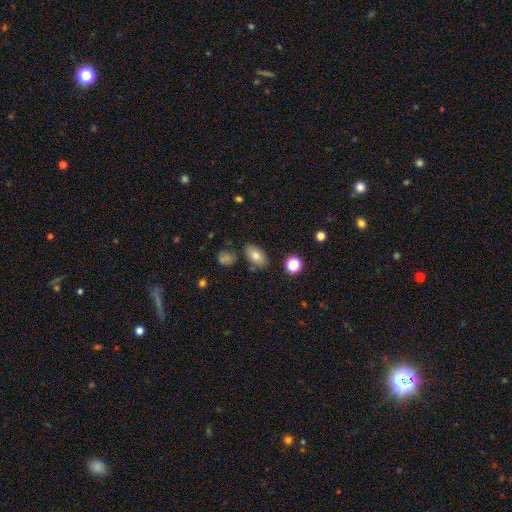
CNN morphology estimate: smooth-or-featured: smooth: 74% | featured or disk: 15% | star or artifact: 11%
  how-rounded: in between: 88% | round: 10% | cigar-shaped: 2%
  merging: none: 76% | minor disturbance: 15% | merger: 5% | major disturbance: 4%